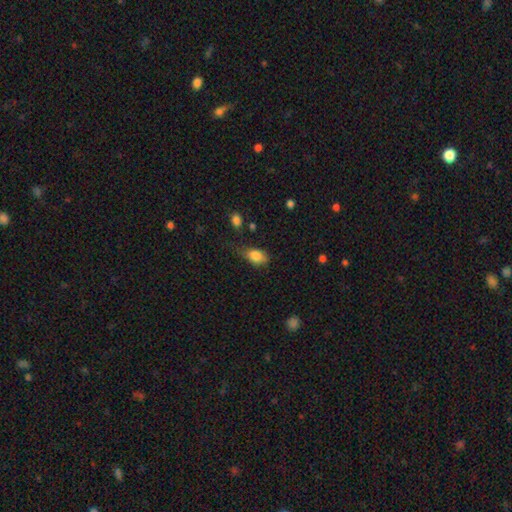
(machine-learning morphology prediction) A smooth galaxy with no disk features (83%) that is in between round and cigar-shaped (83%). Merging: none (50%).